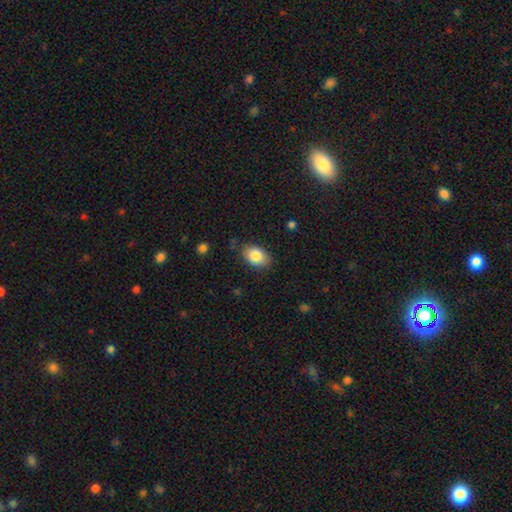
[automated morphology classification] A smooth galaxy with no disk features (84%) that is in between round and cigar-shaped (83%).

Vote fractions:
- Smooth or featured? smooth: 84% / featured or disk: 9% / star or artifact: 7%
- How rounded? in between: 83% / round: 16% / cigar-shaped: 1%
- Merging? none: 82% / minor disturbance: 13% / major disturbance: 3% / merger: 1%